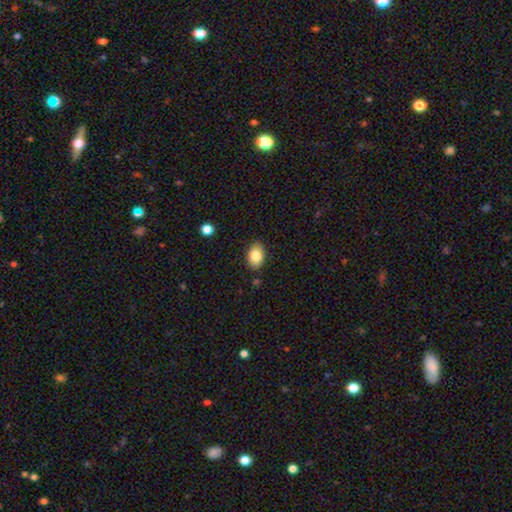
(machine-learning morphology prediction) Smooth or featured: smooth — 84% (featured or disk — 8%)
How rounded: in between — 84% (round — 15%)
Merging: none — 85% (minor disturbance — 11%)